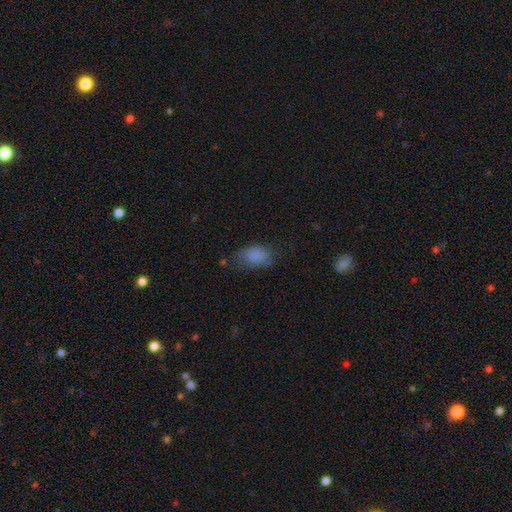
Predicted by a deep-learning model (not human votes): The model was most divided on "merging": none: 56%, minor disturbance: 29%, major disturbance: 13%, merger: 2%. More confident: how rounded — in between (88%); smooth or featured — smooth (80%).